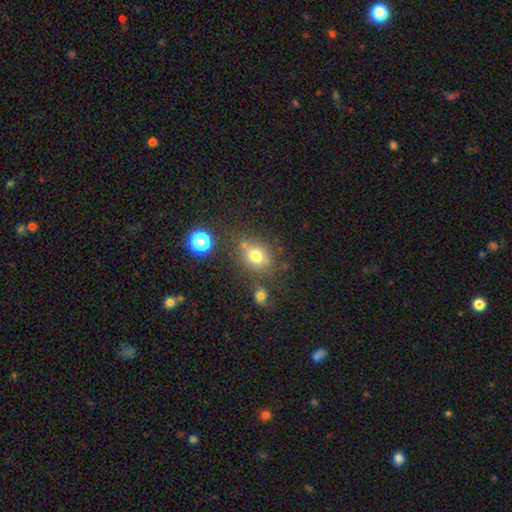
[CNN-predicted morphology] A smooth galaxy with no disk features (73%) that is round (69%).

Vote fractions:
- Smooth or featured? smooth: 73% / star or artifact: 16% / featured or disk: 10%
- How rounded? round: 69% / in between: 30% / cigar-shaped: 1%
- Merging? none: 68% / minor disturbance: 13% / merger: 13% / major disturbance: 6%